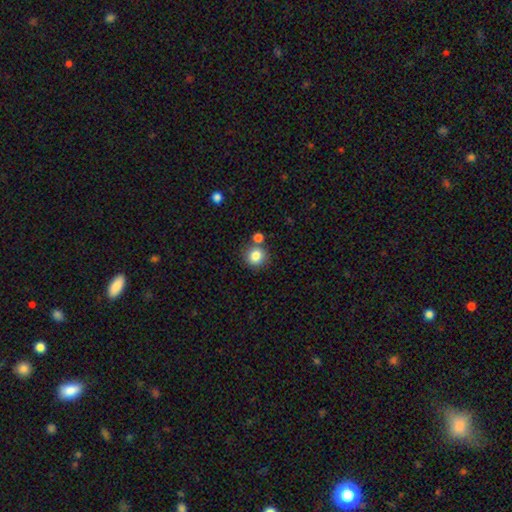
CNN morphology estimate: type=smooth (84%); roundness=round (90%); merging=none (72%).